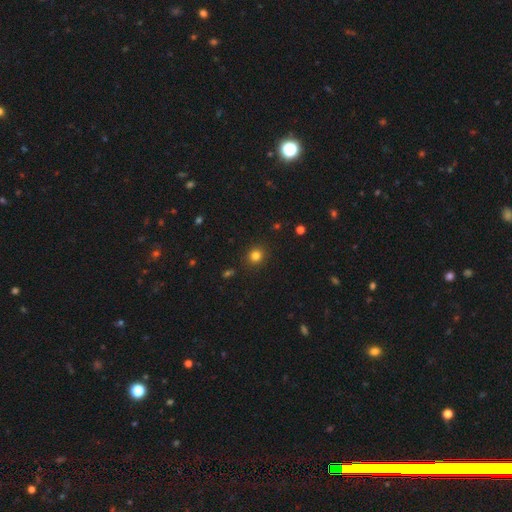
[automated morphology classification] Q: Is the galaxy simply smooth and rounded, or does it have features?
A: smooth — 81%.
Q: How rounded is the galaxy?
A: round — 85%.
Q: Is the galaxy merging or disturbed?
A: none — 89%.